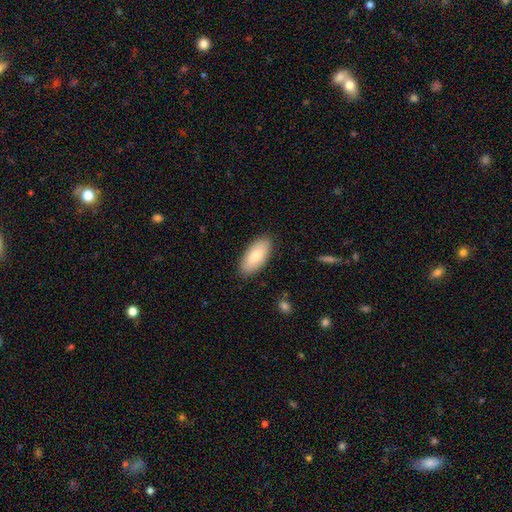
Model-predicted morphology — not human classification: Smooth or featured? Predicted: smooth (p=0.79). How rounded? Predicted: in between (p=0.89). Merging? Predicted: none (p=0.86).